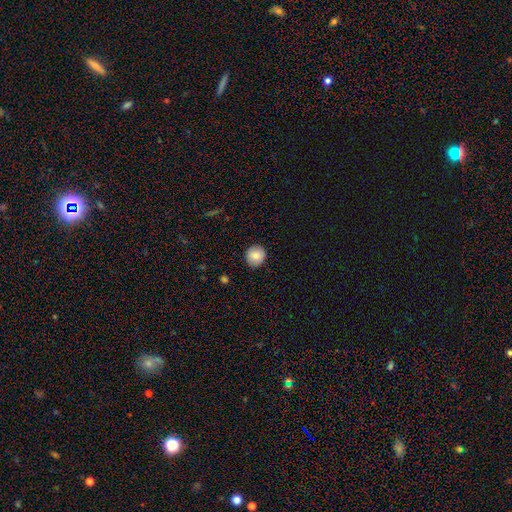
smooth-or-featured: smooth: 81% | featured or disk: 14% | star or artifact: 5%
  how-rounded: round: 80% | in between: 17% | cigar-shaped: 3%
  merging: none: 83% | minor disturbance: 9% | merger: 6% | major disturbance: 3%